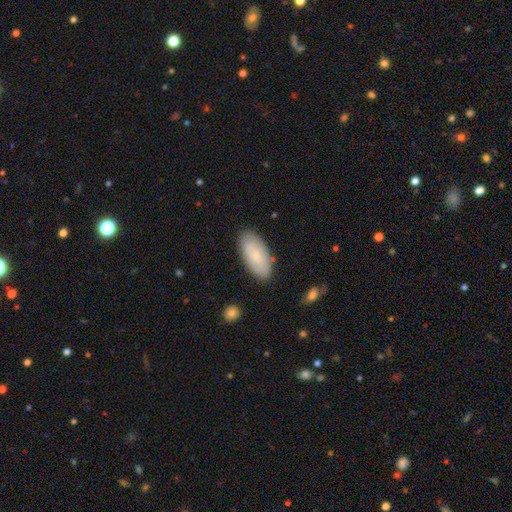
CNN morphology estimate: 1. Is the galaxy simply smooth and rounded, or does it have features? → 76% smooth, 17% featured or disk, 6% star or artifact.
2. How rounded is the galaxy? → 92% in between, 6% cigar-shaped, 2% round.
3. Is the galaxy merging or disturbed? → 85% none, 12% minor disturbance, 2% major disturbance, 1% merger.